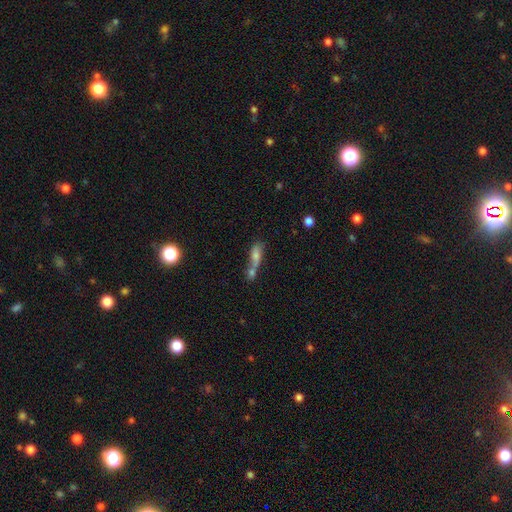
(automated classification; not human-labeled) Q: Smooth or featured?
A: smooth (64%); runner-up: featured or disk (24%)
Q: How rounded?
A: in between (56%); runner-up: cigar-shaped (36%)
Q: Merging?
A: merger (61%); runner-up: none (21%)